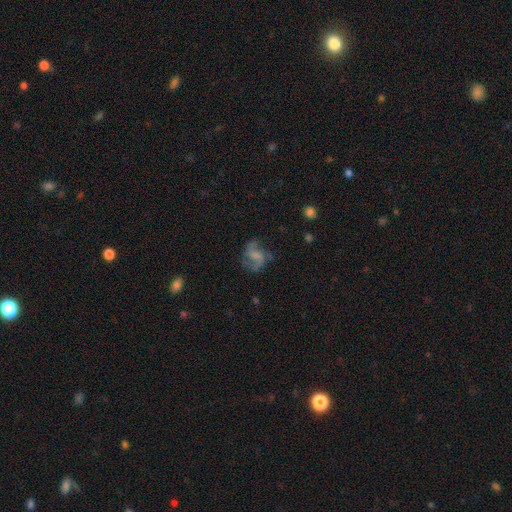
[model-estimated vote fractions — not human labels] smooth-or-featured: featured or disk: 69% | smooth: 21% | star or artifact: 10%
  disk-edge-on: no: 98% | yes: 2%
    bar: no: 45% | weak: 43% | strong: 12%
    has-spiral-arms: yes: 87% | no: 13%
      spiral-winding: loose: 45% | medium: 44% | tight: 11%
      spiral-arm-count: 2: 57% | 3: 20% | can't tell: 12% | 1: 5% | 4: 4% | more than 4: 3%
    bulge-size: none: 50% | small: 23% | moderate: 19% | large: 6% | dominant: 2%
  merging: none: 58% | major disturbance: 21% | minor disturbance: 19% | merger: 2%